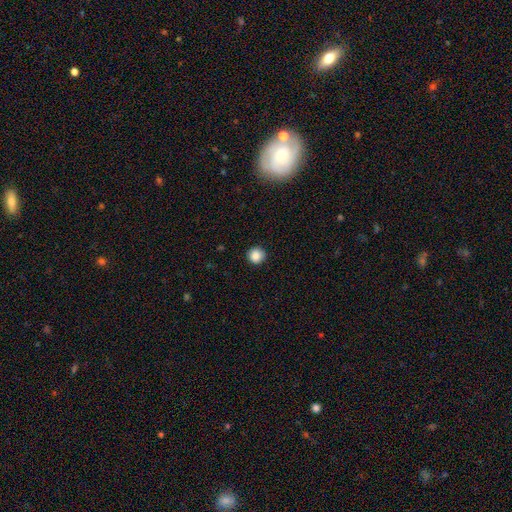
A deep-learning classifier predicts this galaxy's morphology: type=smooth (86%); roundness=round (94%); merging=none (91%).